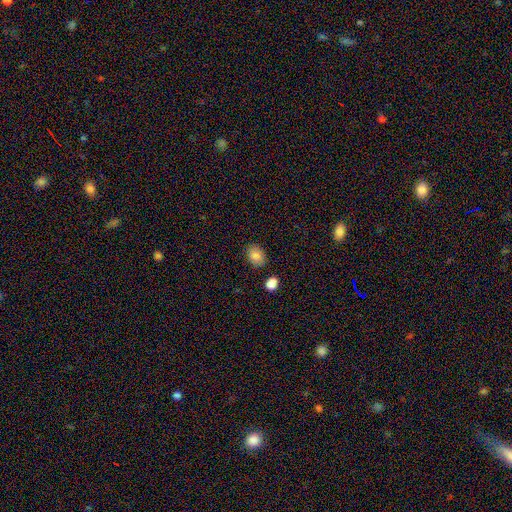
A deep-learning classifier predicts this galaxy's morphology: smooth_or_featured: smooth (p=0.85) [alt: star or artifact p=0.09]
how_rounded: in between (p=0.68) [alt: round p=0.30]
merging: none (p=0.82) [alt: minor disturbance p=0.11]